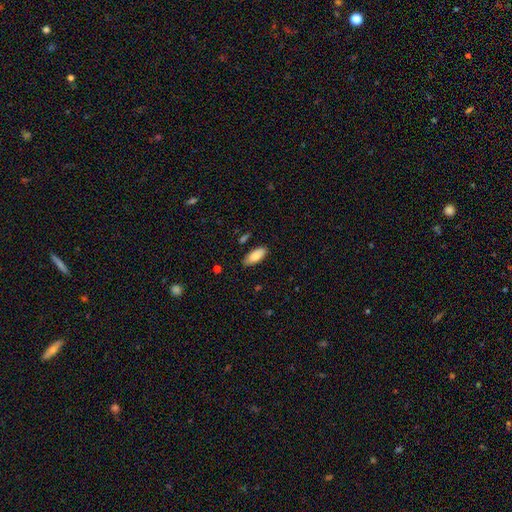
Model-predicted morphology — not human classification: This appears to be a smooth galaxy with no disk features (86%) that is in between round and cigar-shaped (86%). Merging: none (84%).